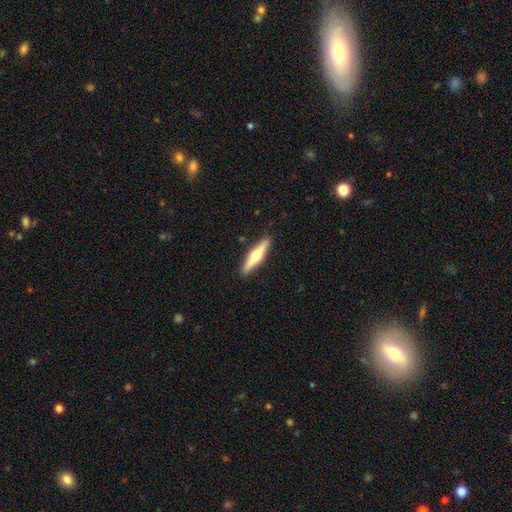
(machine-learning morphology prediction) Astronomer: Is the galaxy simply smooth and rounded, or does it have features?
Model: featured or disk — 55% (runner-up: smooth, 40%).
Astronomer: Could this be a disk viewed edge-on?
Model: yes — 96%.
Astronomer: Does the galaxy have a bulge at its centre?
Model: rounded — 94%.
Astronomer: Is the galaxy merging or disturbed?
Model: none — 90%.